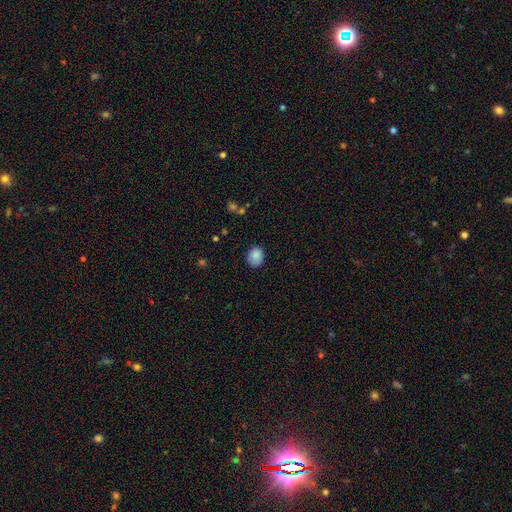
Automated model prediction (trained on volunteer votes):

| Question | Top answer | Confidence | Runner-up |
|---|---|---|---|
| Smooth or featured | smooth | 86% | star or artifact (9%) |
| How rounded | round | 63% | in between (36%) |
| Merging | none | 77% | minor disturbance (18%) |